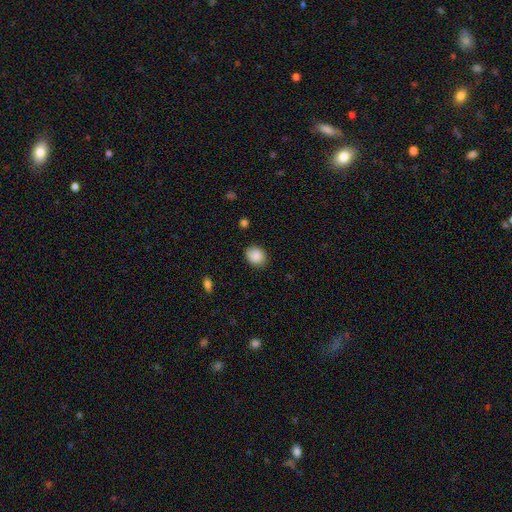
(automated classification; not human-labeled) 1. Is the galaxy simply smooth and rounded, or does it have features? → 88% smooth, 8% star or artifact, 4% featured or disk.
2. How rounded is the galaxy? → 57% round, 42% in between, 1% cigar-shaped.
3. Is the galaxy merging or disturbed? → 80% none, 16% minor disturbance, 3% major disturbance, 1% merger.